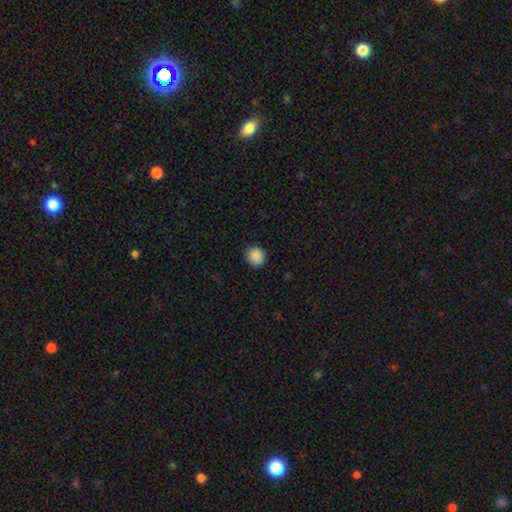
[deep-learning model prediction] The model was most divided on "smooth or featured": smooth: 89%, star or artifact: 9%, featured or disk: 2%. More confident: how rounded — round (91%); merging — none (91%).